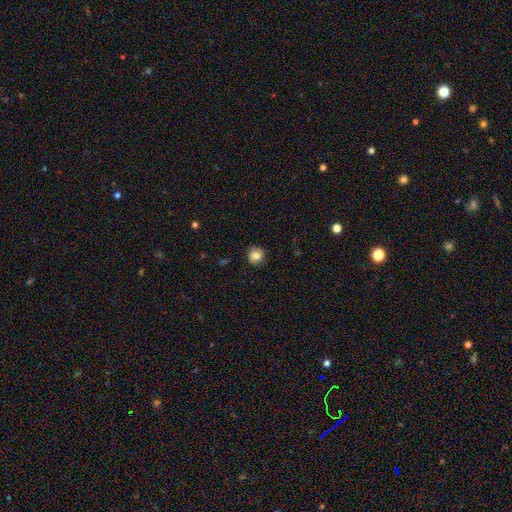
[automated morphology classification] smooth_or_featured: smooth (p=0.81) [alt: star or artifact p=0.10]
how_rounded: round (p=0.88) [alt: in between p=0.11]
merging: none (p=0.84) [alt: minor disturbance p=0.12]